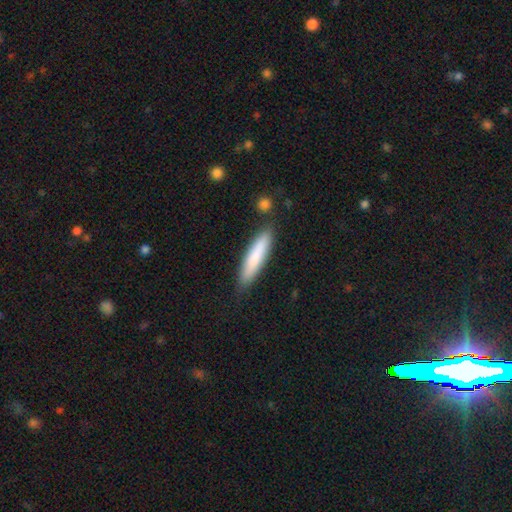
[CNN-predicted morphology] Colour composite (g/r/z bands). It shows a smooth galaxy with no disk features (81%) that is cigar-shaped (84%). Merging: none (84%).